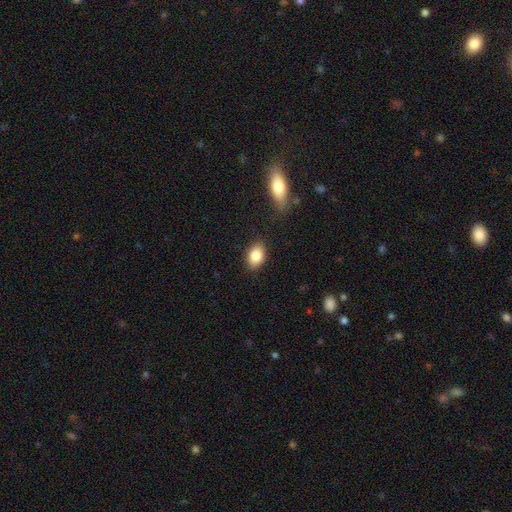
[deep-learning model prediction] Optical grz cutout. It shows a smooth galaxy with no disk features (84%) that is in between round and cigar-shaped (86%). Merging: none (85%).